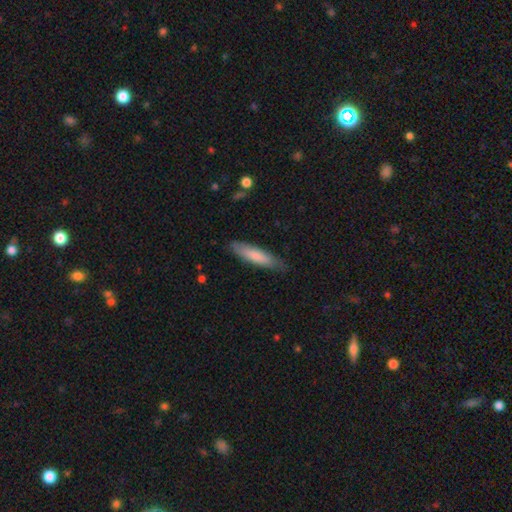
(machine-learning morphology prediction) Smooth or featured? Predicted: smooth (p=0.76). How rounded? Predicted: cigar-shaped (p=0.78). Merging? Predicted: none (p=0.81).